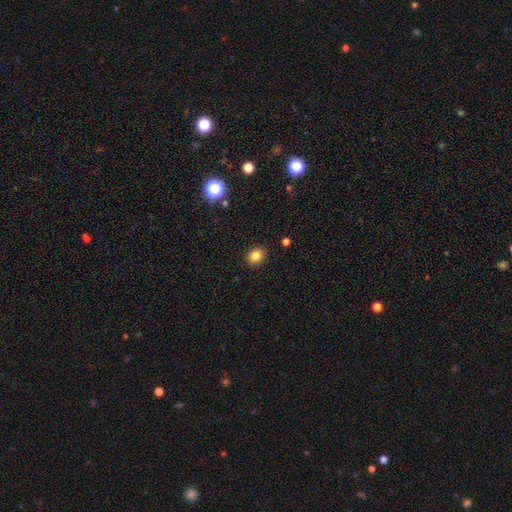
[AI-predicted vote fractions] Smooth or featured: smooth — 83% (star or artifact — 12%)
How rounded: round — 59% (in between — 40%)
Merging: none — 90% (minor disturbance — 7%)